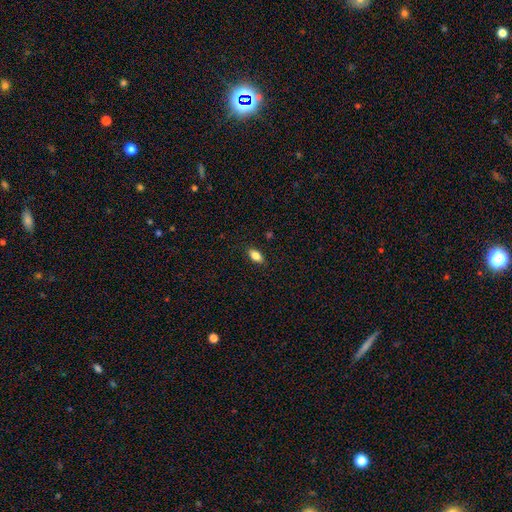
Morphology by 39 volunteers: type=smooth (85%); roundness=in between (91%); merging=none (92%).